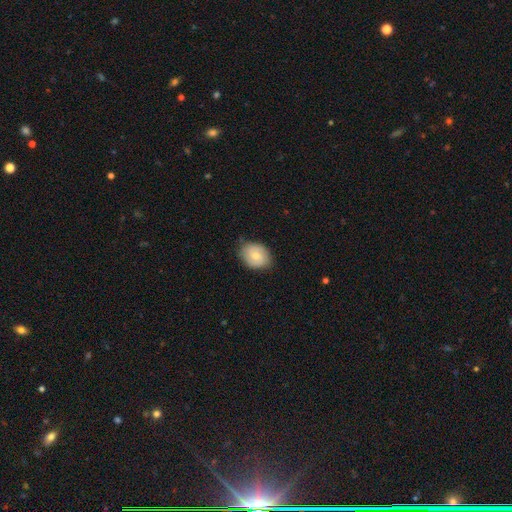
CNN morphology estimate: Q: Smooth or featured?
A: smooth (58%); runner-up: featured or disk (36%)
Q: How rounded?
A: in between (57%); runner-up: round (42%)
Q: Merging?
A: none (78%); runner-up: minor disturbance (18%)